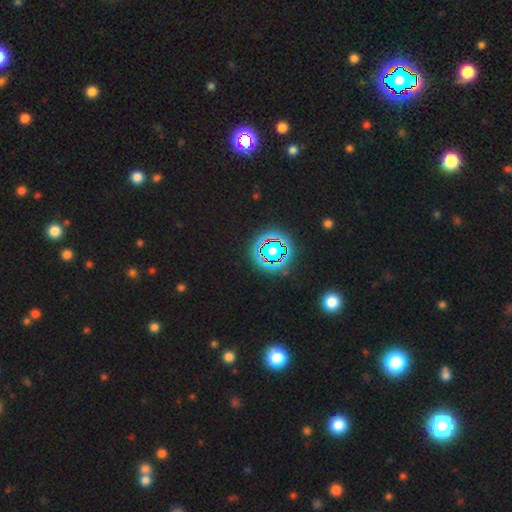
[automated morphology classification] This is likely a star or artifact rather than a galaxy (75%).